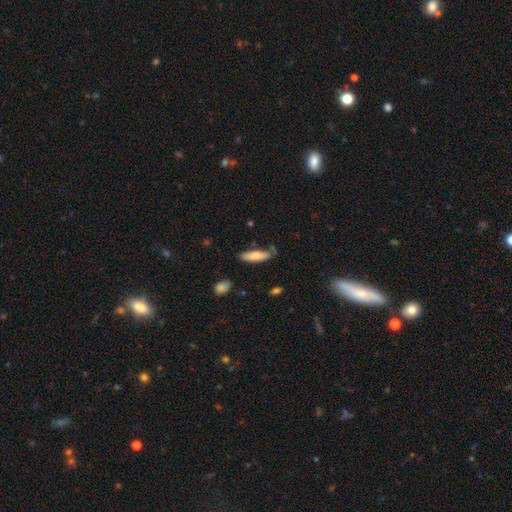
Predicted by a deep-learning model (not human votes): Smooth or featured? Predicted: smooth (p=0.79). How rounded? Predicted: cigar-shaped (p=0.60). Merging? Predicted: none (p=0.68).